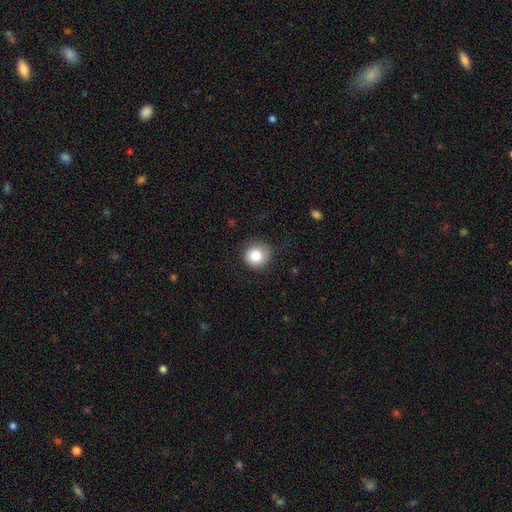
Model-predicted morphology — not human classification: Overall: smooth (84%). How rounded: round (91%). Merging: none (84%).